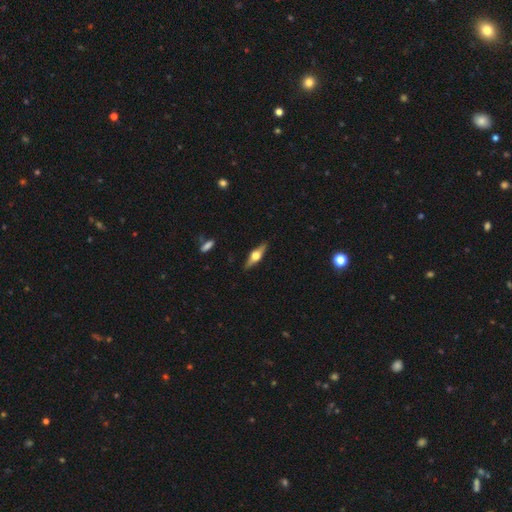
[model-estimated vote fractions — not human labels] Smooth or featured? featured or disk (72%)
Edge-on disk? yes (96%)
Edge-on bulge? rounded (94%)
Merging? none (89%)